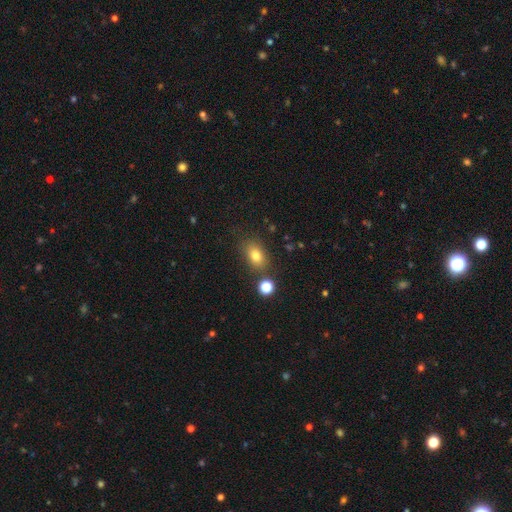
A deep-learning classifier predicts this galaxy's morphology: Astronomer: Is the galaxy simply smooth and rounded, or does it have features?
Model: smooth — 79%.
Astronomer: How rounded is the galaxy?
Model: in between — 80%.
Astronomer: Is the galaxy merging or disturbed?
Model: none — 76%.